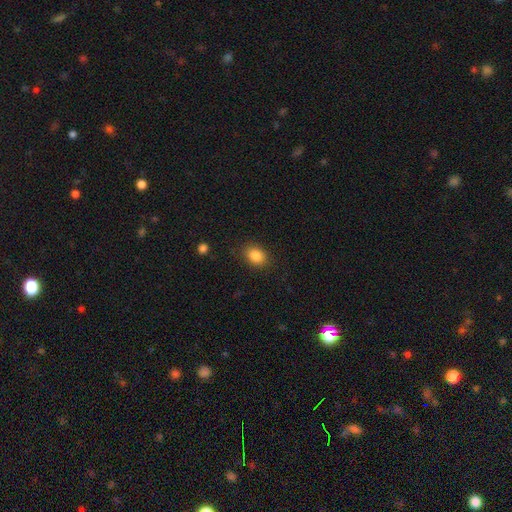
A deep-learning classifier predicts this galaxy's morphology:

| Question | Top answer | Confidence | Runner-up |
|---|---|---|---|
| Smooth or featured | smooth | 86% | star or artifact (9%) |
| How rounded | in between | 62% | round (37%) |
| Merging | none | 84% | minor disturbance (11%) |